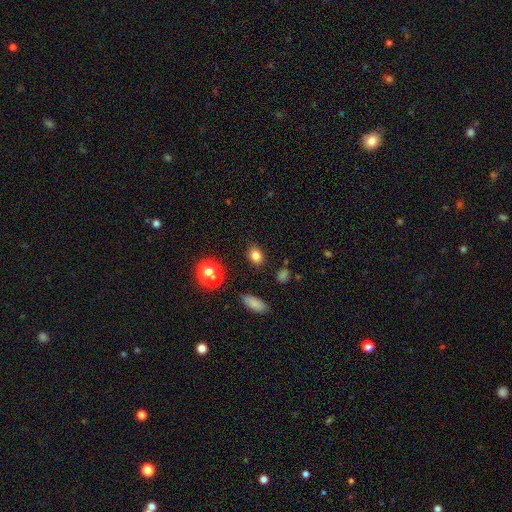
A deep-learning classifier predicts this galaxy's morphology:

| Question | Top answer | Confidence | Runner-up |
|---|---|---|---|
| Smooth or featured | smooth | 79% | star or artifact (14%) |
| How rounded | in between | 62% | round (37%) |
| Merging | none | 85% | minor disturbance (10%) |